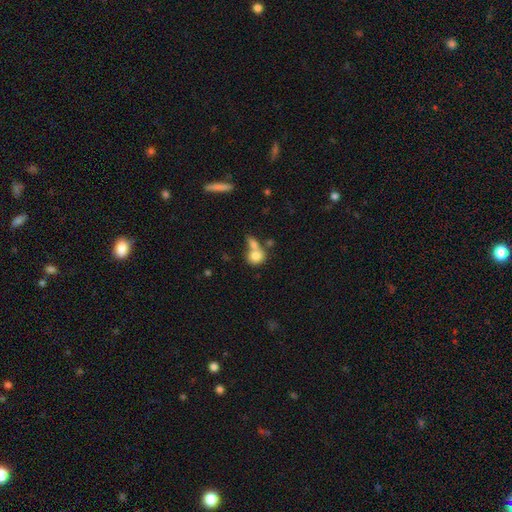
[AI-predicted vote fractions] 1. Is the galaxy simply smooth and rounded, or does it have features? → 80% smooth, 11% featured or disk, 9% star or artifact.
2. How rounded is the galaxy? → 65% round, 33% in between, 2% cigar-shaped.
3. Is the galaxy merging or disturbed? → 52% merger, 34% none, 9% minor disturbance, 5% major disturbance.